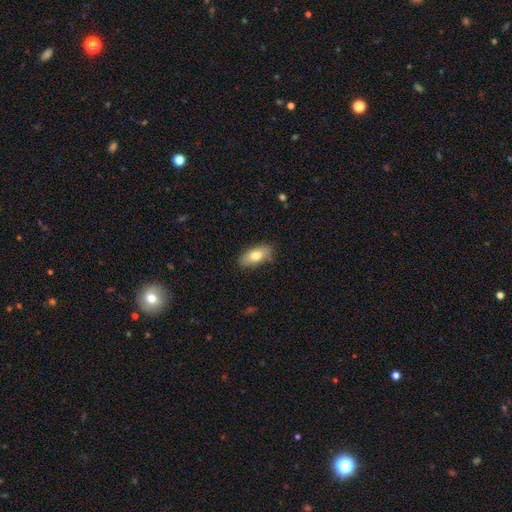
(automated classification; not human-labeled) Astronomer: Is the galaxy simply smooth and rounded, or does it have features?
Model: smooth — 74%.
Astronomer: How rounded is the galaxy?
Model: in between — 86%.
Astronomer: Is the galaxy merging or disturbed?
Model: none — 84%.